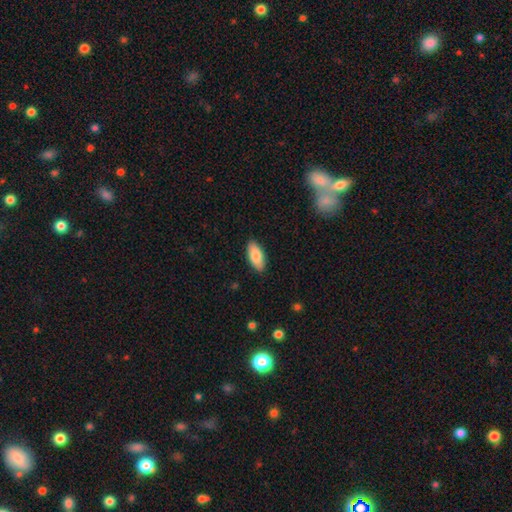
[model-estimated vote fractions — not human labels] smooth_or_featured: smooth (p=0.83) [alt: featured or disk p=0.11]
how_rounded: in between (p=0.90) [alt: cigar-shaped p=0.08]
merging: none (p=0.88) [alt: minor disturbance p=0.09]